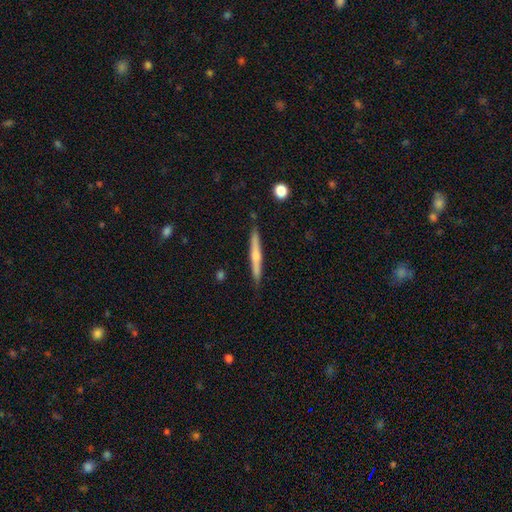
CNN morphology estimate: Smooth or featured: featured or disk — 52% (smooth — 42%)
Edge-on disk: yes — 97% (no — 3%)
Edge-on bulge: rounded — 63% (none — 30%)
Merging: none — 88% (minor disturbance — 9%)